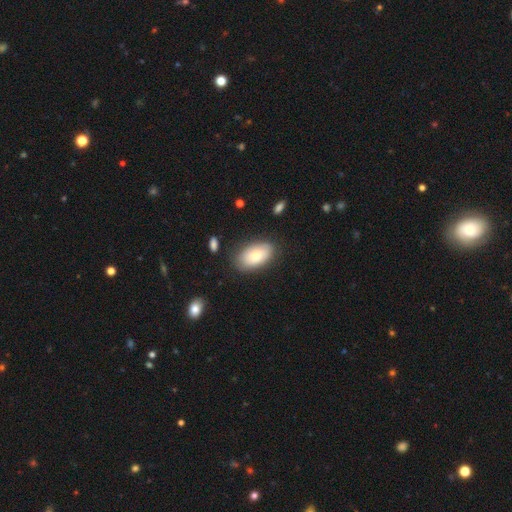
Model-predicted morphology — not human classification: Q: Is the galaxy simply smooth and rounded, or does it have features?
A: smooth — 75%.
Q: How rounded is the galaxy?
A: in between — 93%.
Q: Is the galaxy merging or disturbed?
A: none — 77%.